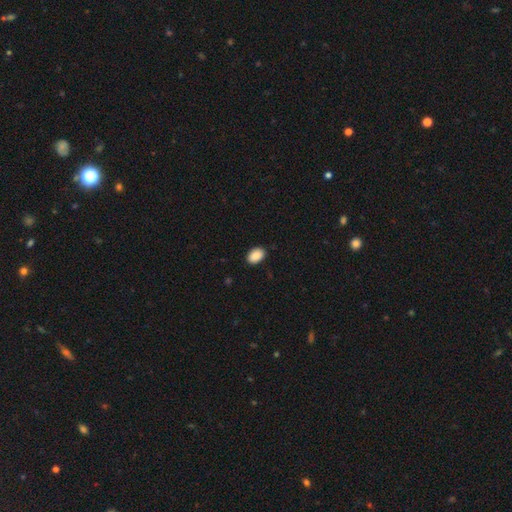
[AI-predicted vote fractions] This is clearly a smooth galaxy (90%). How rounded: clearly in between (86%). Merging: clearly none (89%).